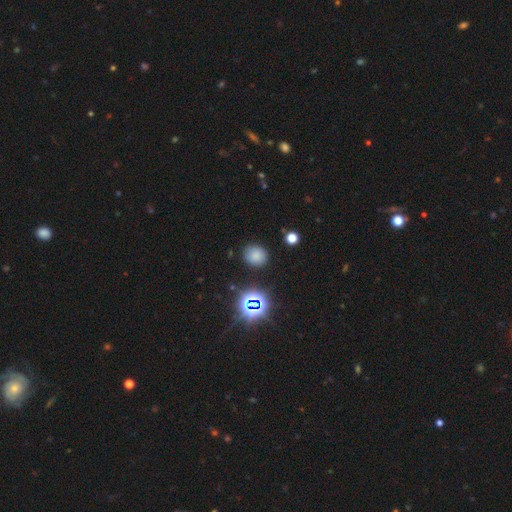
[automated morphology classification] A smooth galaxy with no disk features (75%) that is round (78%). Merging: none (85%).